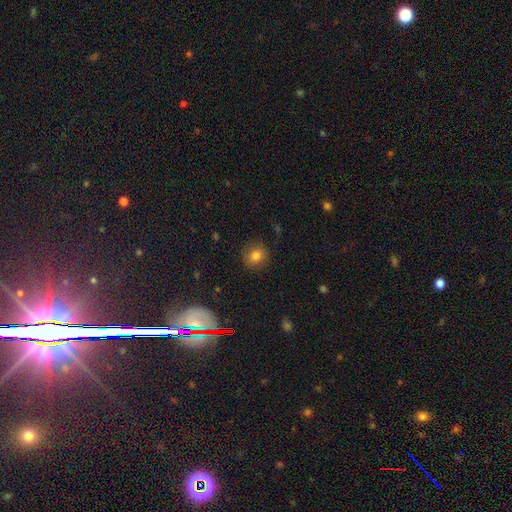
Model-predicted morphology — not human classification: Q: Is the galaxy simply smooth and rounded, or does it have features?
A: smooth — 78%.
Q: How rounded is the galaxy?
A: round — 89%.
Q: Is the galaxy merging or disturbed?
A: none — 86%.